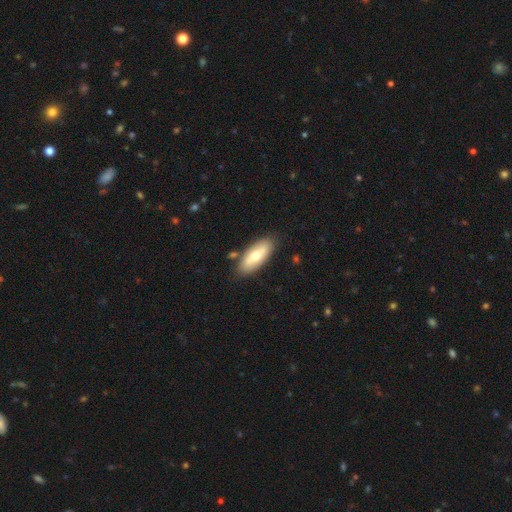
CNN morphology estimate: Smooth or featured? smooth (62%)
How rounded? in between (80%)
Merging? none (82%)